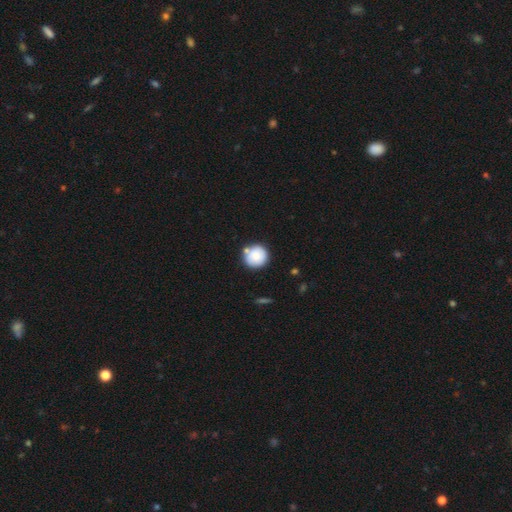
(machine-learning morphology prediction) Smooth or featured?
  - smooth: 80% *
  - featured or disk: 12%
  - star or artifact: 8%
How rounded?
  - round: 93% *
  - in between: 6%
  - cigar-shaped: 1%
Merging?
  - none: 76% *
  - minor disturbance: 13%
  - merger: 9%
  - major disturbance: 3%